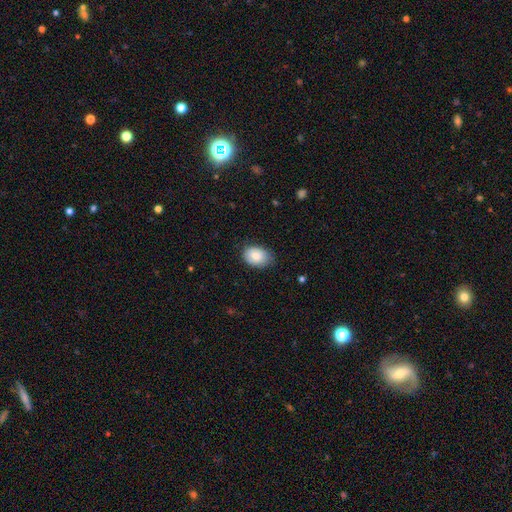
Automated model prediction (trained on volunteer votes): Smooth or featured? Predicted: smooth (p=0.83). How rounded? Predicted: in between (p=0.81). Merging? Predicted: none (p=0.72).